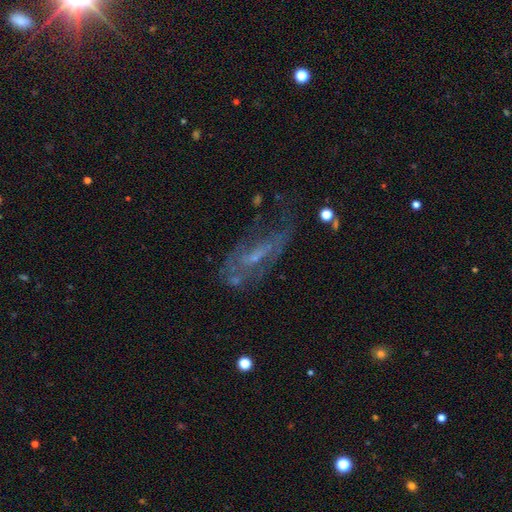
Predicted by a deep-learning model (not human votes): Smooth or featured? featured or disk (64%)
Edge-on disk? no (85%)
Bar? no (46%)
Spiral arms? yes (57%)
Bulge size? small (55%)
Merging? none (42%)